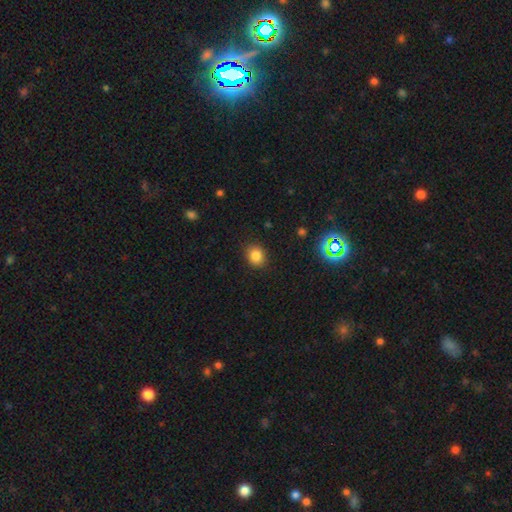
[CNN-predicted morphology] type=smooth (83%); roundness=round (64%); merging=none (88%).